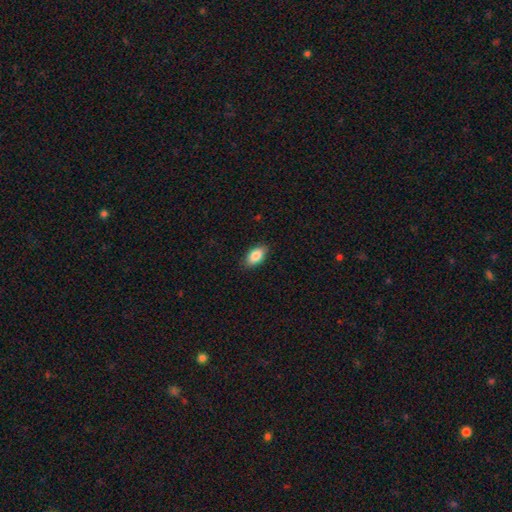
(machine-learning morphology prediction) smooth-or-featured: smooth: 86% | featured or disk: 7% | star or artifact: 7%
  how-rounded: in between: 92% | round: 5% | cigar-shaped: 4%
  merging: none: 87% | minor disturbance: 10% | major disturbance: 2% | merger: 1%